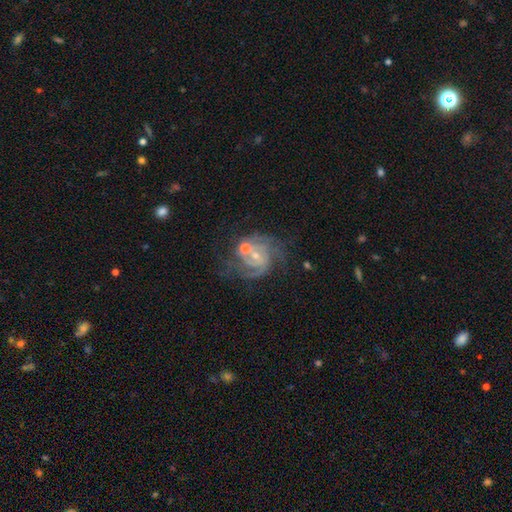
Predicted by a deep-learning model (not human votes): A featured or disk galaxy (84%) with no bar (52%), 2 (40%) tight (49%) spiral arms (96%) and a small central bulge (66%). Merging: none (56%).